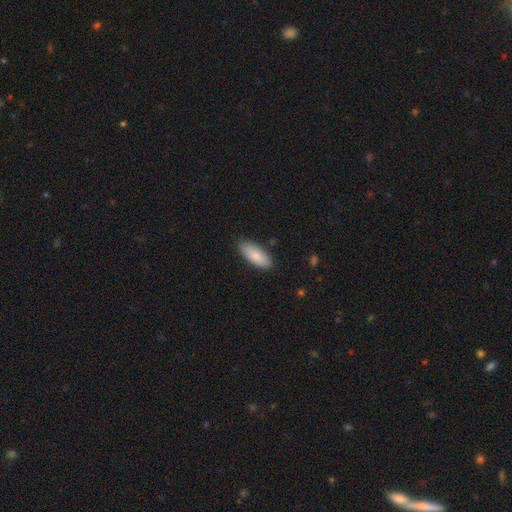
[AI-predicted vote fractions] A smooth galaxy with no disk features (86%) that is in between round and cigar-shaped (82%). Merging: none (84%).